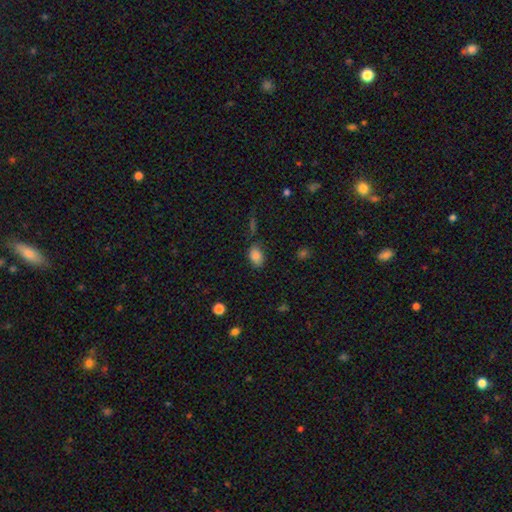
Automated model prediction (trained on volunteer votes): The model was most divided on "merging": none: 72%, minor disturbance: 19%, major disturbance: 5%, merger: 3%. More confident: how rounded — in between (85%); smooth or featured — smooth (84%).